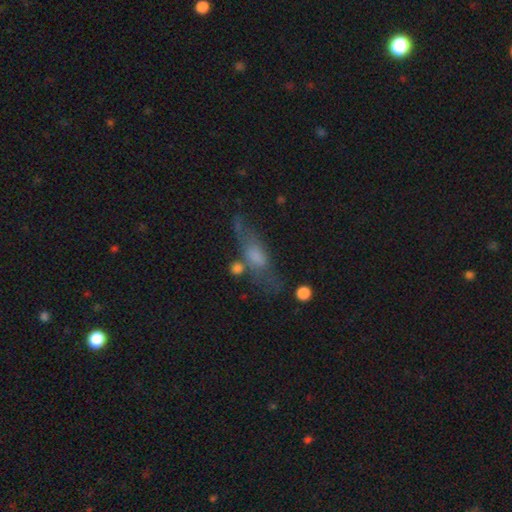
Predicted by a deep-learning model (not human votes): smooth_or_featured: smooth (p=0.55) [alt: featured or disk p=0.34]
how_rounded: in between (p=0.52) [alt: cigar-shaped p=0.41]
merging: none (p=0.48) [alt: minor disturbance p=0.22]